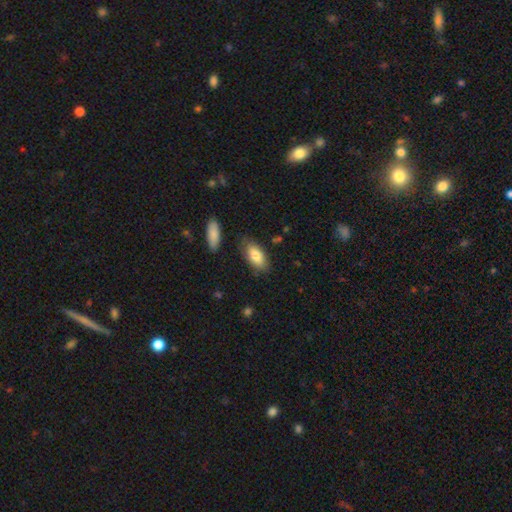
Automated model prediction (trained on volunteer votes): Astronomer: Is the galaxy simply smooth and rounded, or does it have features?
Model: smooth — 84%.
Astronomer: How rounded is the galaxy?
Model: in between — 88%.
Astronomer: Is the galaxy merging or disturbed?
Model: none — 79%.